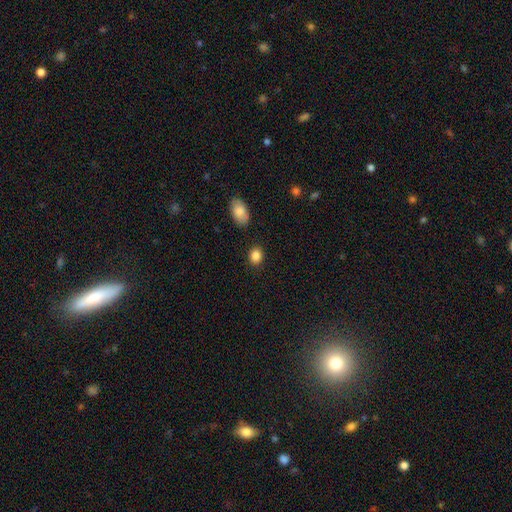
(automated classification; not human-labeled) Smooth or featured?
  - smooth: 87% *
  - star or artifact: 9%
  - featured or disk: 4%
How rounded?
  - in between: 52% *
  - round: 47%
  - cigar-shaped: 1%
Merging?
  - none: 85% *
  - minor disturbance: 9%
  - merger: 3%
  - major disturbance: 3%